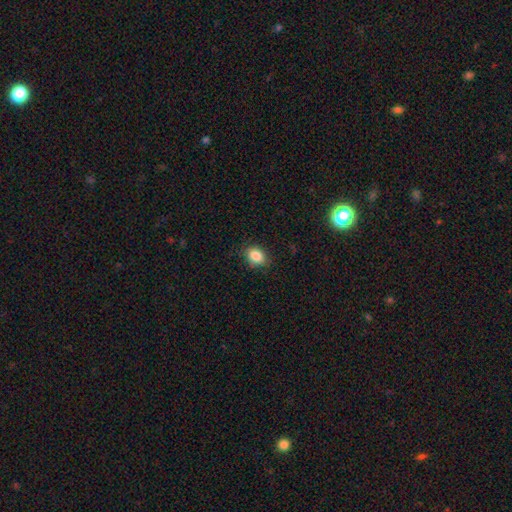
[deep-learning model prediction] This appears to be a smooth galaxy with no disk features (86%) that is in between round and cigar-shaped (63%). Merging: none (83%).